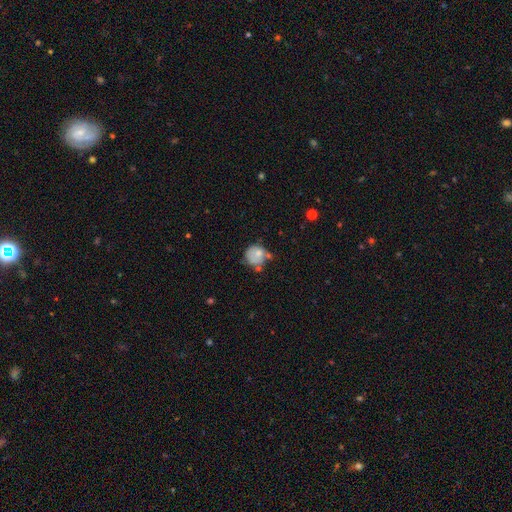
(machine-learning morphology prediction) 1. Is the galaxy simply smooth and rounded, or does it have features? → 67% smooth, 24% featured or disk, 9% star or artifact.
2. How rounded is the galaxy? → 77% round, 22% in between, 1% cigar-shaped.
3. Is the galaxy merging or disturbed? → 42% none, 30% minor disturbance, 16% merger, 13% major disturbance.